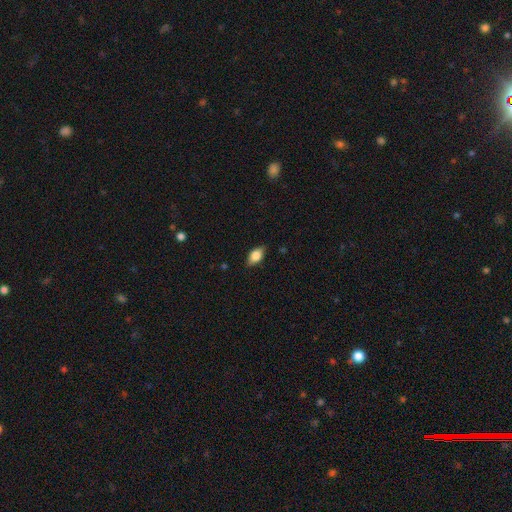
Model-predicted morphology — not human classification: Q: Smooth or featured?
A: smooth (75%); runner-up: featured or disk (18%)
Q: How rounded?
A: in between (87%); runner-up: round (7%)
Q: Merging?
A: none (83%); runner-up: minor disturbance (14%)